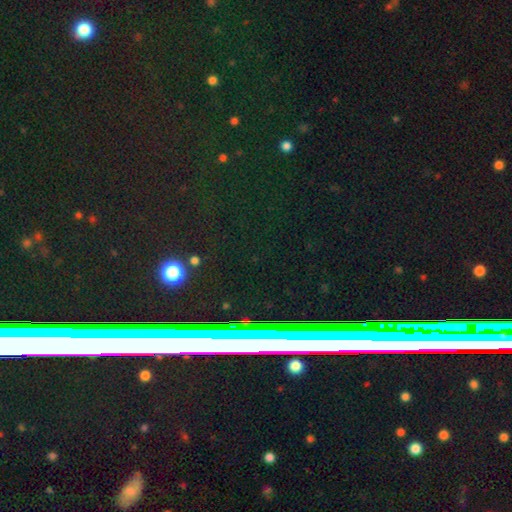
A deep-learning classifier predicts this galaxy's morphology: Overall: star or artifact (68%).